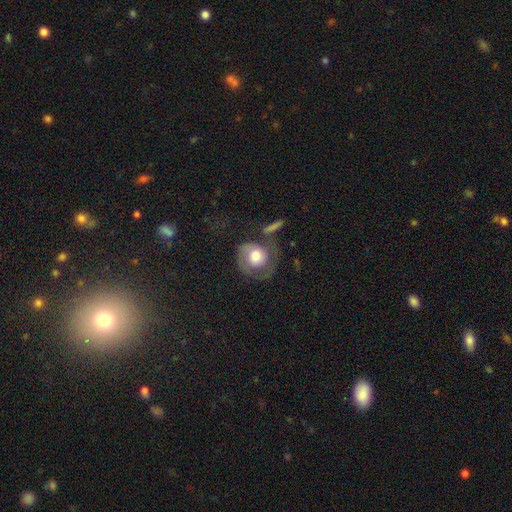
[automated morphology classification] smooth_or_featured: smooth (p=0.47) [tied with: featured or disk p=0.47]
merging: none (p=0.42) [alt: major disturbance p=0.30]